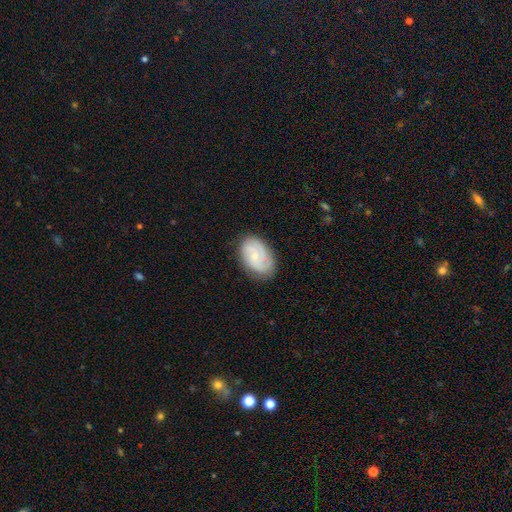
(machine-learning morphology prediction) featured or disk 61%, smooth 32%, star or artifact 7%. Down the decision tree: edge-on disk — no (97%); bar — no (66%); spiral arms — yes (91%); spiral arm count — 2 (38%); spiral winding — tight (48%); bulge size — small (71%); merging — none (79%).